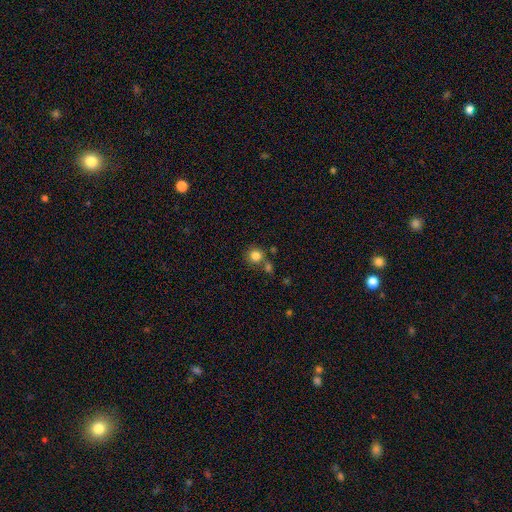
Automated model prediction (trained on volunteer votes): Overall: smooth (83%). How rounded: round (91%). Merging: none (68%).